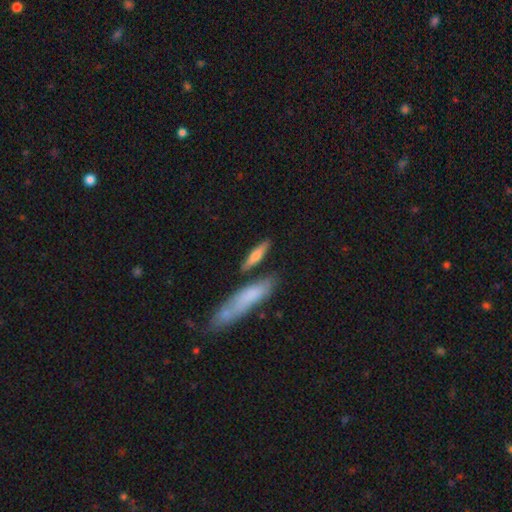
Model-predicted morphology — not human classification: smooth_or_featured: smooth (p=0.67) [alt: featured or disk p=0.27]
how_rounded: cigar-shaped (p=0.69) [alt: in between p=0.28]
merging: none (p=0.73) [alt: minor disturbance p=0.13]